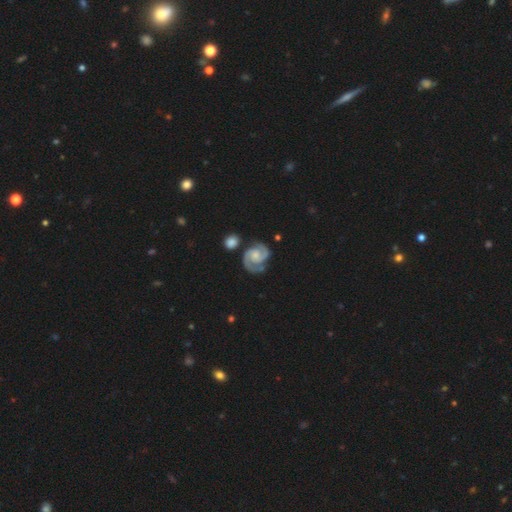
Volunteers were most divided on "bulge size": small: 42%, moderate: 36%, none: 12%, large: 9%, dominant: 0%. More confident: spiral arms — yes (100%); spiral arm count — 2 (100%); edge-on disk — no (97%); merging — none (91%); smooth or featured — featured or disk (89%); bar — no (61%); spiral winding — tight (55%).